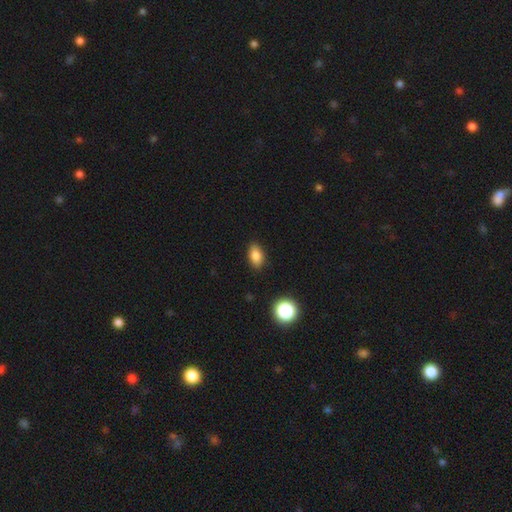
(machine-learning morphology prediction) This is clearly a smooth galaxy (84%). How rounded: clearly in between (86%). Merging: clearly none (87%).